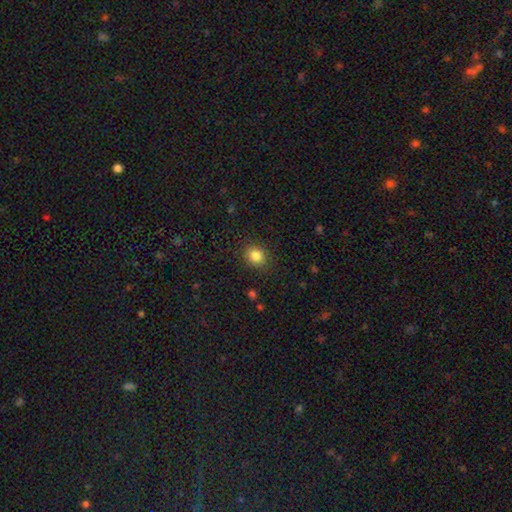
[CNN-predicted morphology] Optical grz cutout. It shows a smooth galaxy with no disk features (84%) that is round (73%). Merging: none (87%).